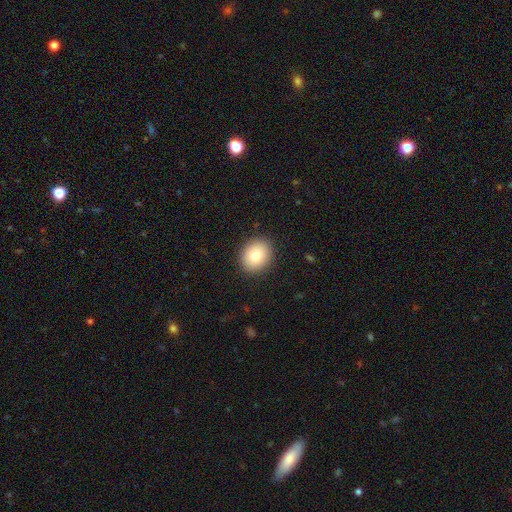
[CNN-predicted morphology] smooth_or_featured: smooth (p=0.79) [alt: featured or disk p=0.12]
how_rounded: round (p=0.60) [alt: in between p=0.39]
merging: none (p=0.90) [alt: minor disturbance p=0.07]